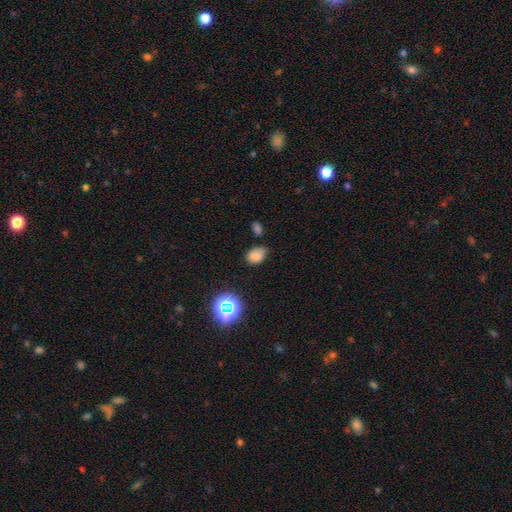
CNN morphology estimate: Smooth or featured? smooth (76%)
How rounded? in between (71%)
Merging? none (61%)